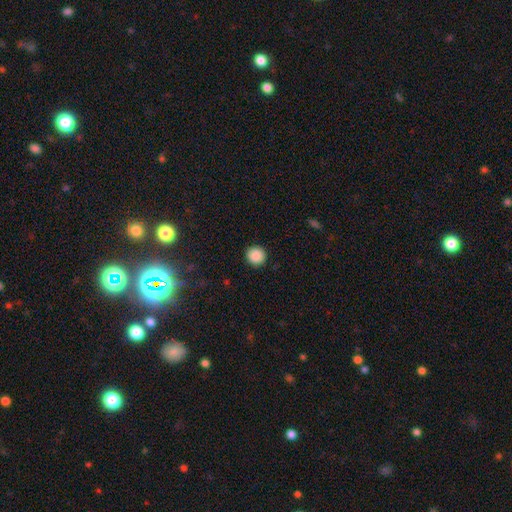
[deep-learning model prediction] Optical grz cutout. It shows a smooth galaxy with no disk features (89%) that is round (93%). Merging: none (92%).